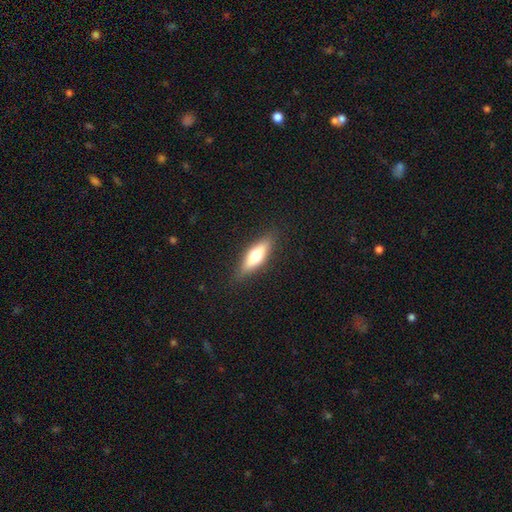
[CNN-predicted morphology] smooth-or-featured: smooth: 57% | featured or disk: 37% | star or artifact: 6%
  how-rounded: cigar-shaped: 56% | in between: 42% | round: 2%
  merging: none: 87% | minor disturbance: 10% | major disturbance: 2% | merger: 1%